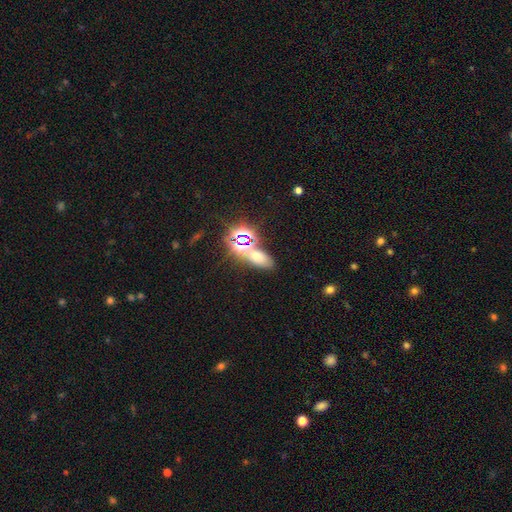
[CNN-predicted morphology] Smooth or featured: star or artifact — 48% (smooth — 40%)